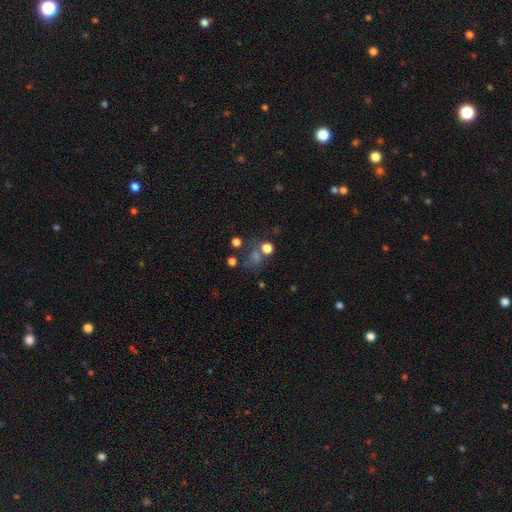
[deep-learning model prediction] Smooth or featured? star or artifact (44%)